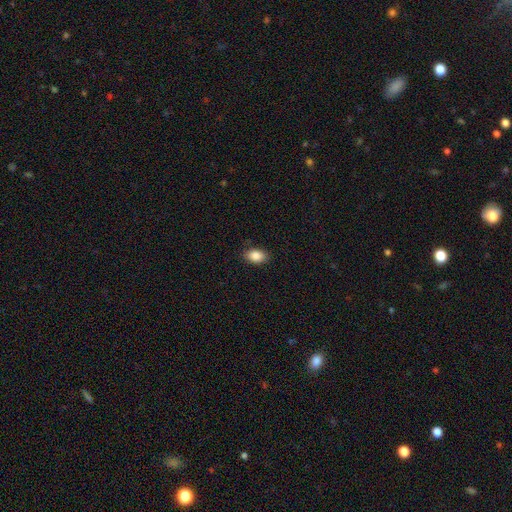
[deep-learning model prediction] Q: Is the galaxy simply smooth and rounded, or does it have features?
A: smooth — 87%.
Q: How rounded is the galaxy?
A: in between — 87%.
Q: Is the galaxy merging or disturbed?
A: none — 87%.